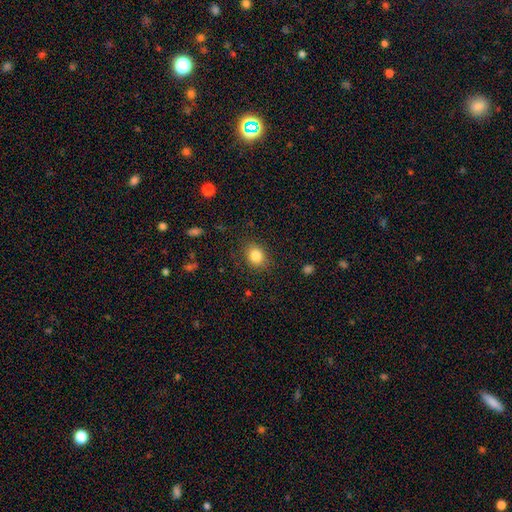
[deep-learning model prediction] Morphology: type=smooth (84%); roundness=in between (51%); merging=none (85%).